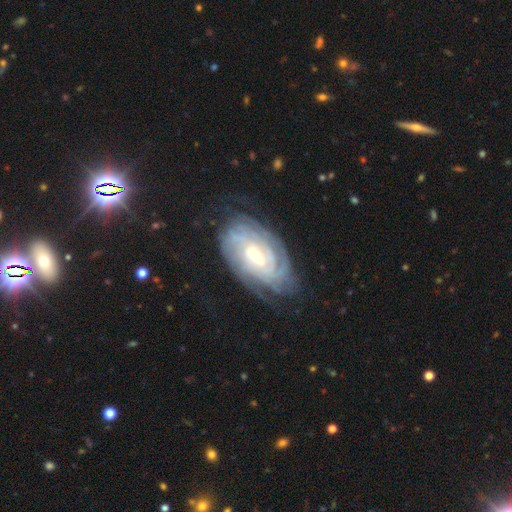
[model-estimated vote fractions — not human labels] A featured or disk galaxy (86%) with no bar (43%), tight (80%) spiral arms (96%) and a small central bulge (58%).

Vote fractions:
- Smooth or featured? featured or disk: 86% / smooth: 9% / star or artifact: 6%
- Edge-on disk? no: 95% / yes: 5%
- Bar? no: 43% / weak: 42% / strong: 15%
- Spiral arms? yes: 96% / no: 4%
- Spiral winding? tight: 80% / medium: 16% / loose: 3%
- Spiral arm count? can't tell: 40% / 4: 18% / 3: 13% / 2: 12% / more than 4: 11% / 1: 5%
- Bulge size? small: 58% / moderate: 38% / large: 2% / none: 1% / dominant: 1%
- Merging? none: 73% / minor disturbance: 19% / major disturbance: 7% / merger: 1%